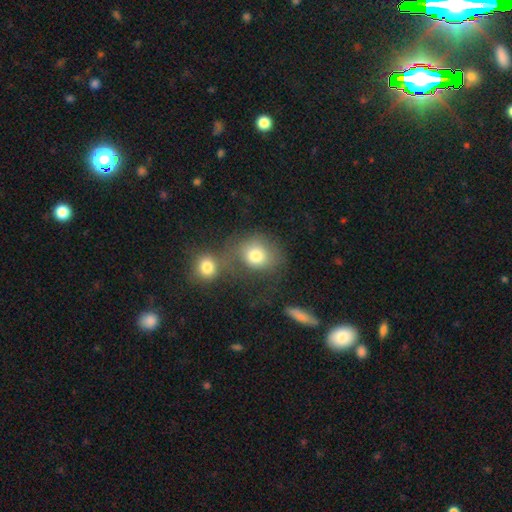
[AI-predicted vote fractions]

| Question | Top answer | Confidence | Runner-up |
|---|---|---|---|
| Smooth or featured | smooth | 78% | featured or disk (12%) |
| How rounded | round | 68% | in between (31%) |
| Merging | merger | 42% | none (38%) |